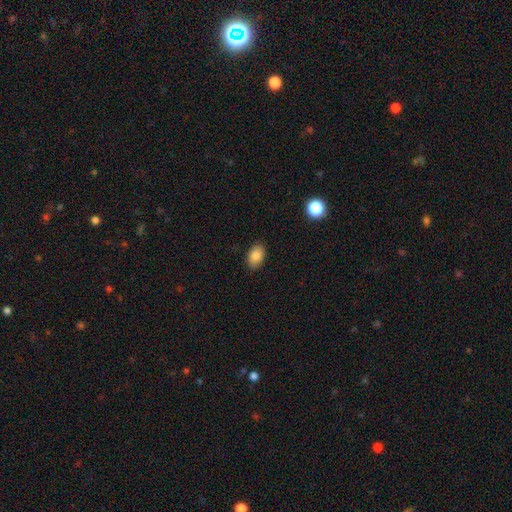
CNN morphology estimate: Smooth or featured?
  - smooth: 87% *
  - star or artifact: 8%
  - featured or disk: 5%
How rounded?
  - in between: 89% *
  - round: 10%
  - cigar-shaped: 1%
Merging?
  - none: 87% *
  - minor disturbance: 10%
  - major disturbance: 2%
  - merger: 1%